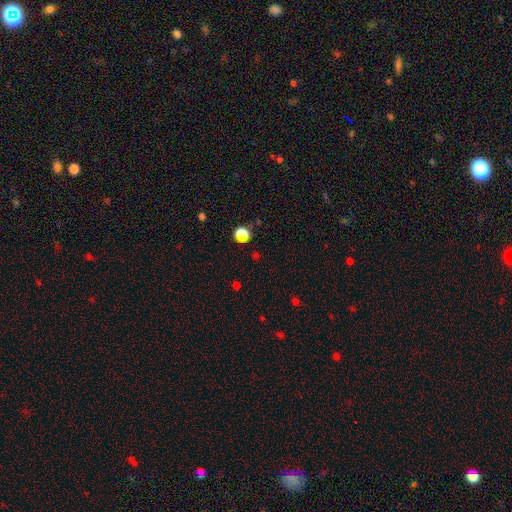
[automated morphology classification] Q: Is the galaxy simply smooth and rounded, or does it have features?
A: star or artifact — 54%.